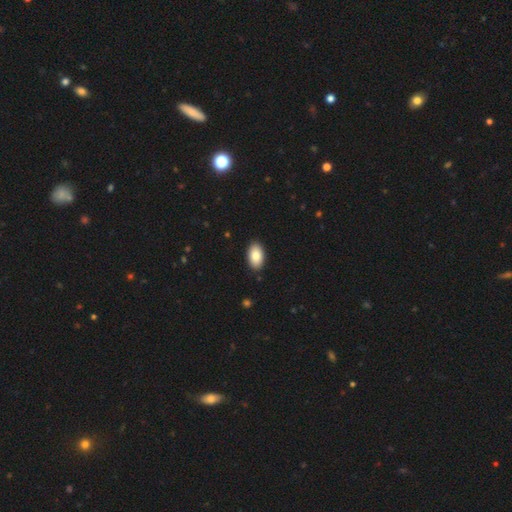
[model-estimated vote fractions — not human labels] Smooth or featured? smooth (84%)
How rounded? in between (94%)
Merging? none (90%)